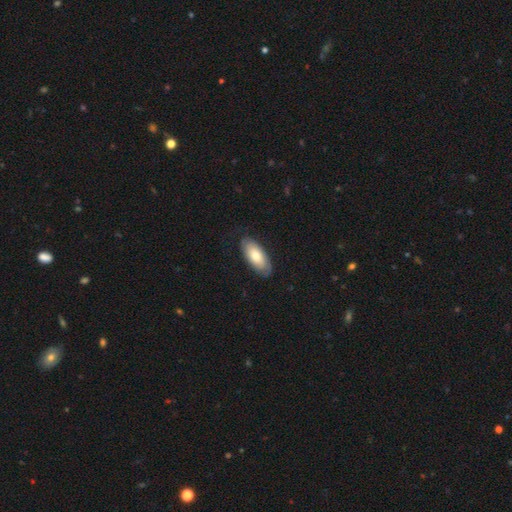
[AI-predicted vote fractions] smooth 66%, featured or disk 29%, star or artifact 5%. Down the decision tree: how rounded — in between (90%); merging — none (77%).